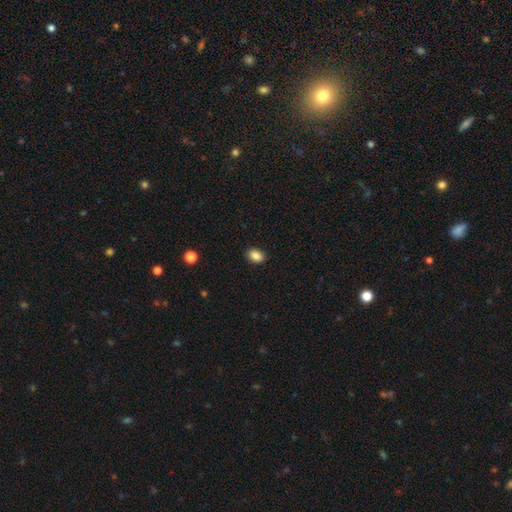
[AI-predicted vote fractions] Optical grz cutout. It shows a smooth galaxy with no disk features (87%) that is in between round and cigar-shaped (75%). Merging: none (90%).